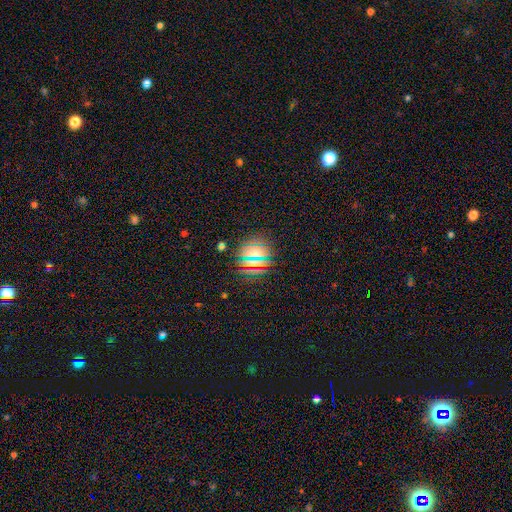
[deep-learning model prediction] Smooth or featured: smooth — 47% (star or artifact — 40%)
Merging: none — 81% (minor disturbance — 11%)